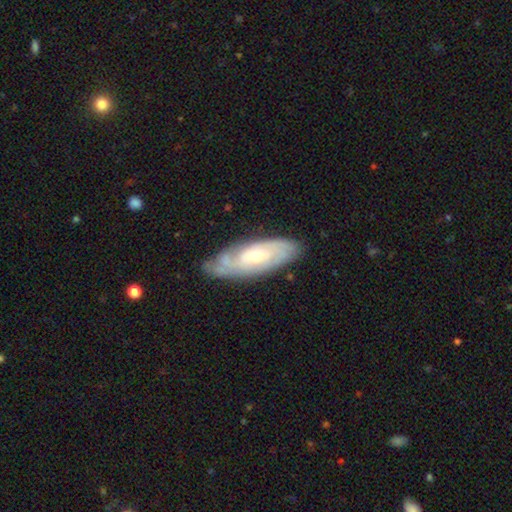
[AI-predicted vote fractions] A featured or disk galaxy (74%) with no bar (63%), tight (64%) spiral arms (90%) and a small central bulge (51%).

Vote fractions:
- Smooth or featured? featured or disk: 74% / smooth: 21% / star or artifact: 5%
- Edge-on disk? no: 86% / yes: 14%
- Bar? no: 63% / weak: 31% / strong: 6%
- Spiral arms? yes: 90% / no: 10%
- Spiral winding? tight: 64% / medium: 28% / loose: 8%
- Spiral arm count? can't tell: 51% / 2: 24% / 3: 11% / 4: 6% / 1: 4% / more than 4: 3%
- Bulge size? small: 51% / moderate: 44% / large: 2% / none: 1% / dominant: 1%
- Merging? none: 72% / minor disturbance: 21% / major disturbance: 5% / merger: 2%